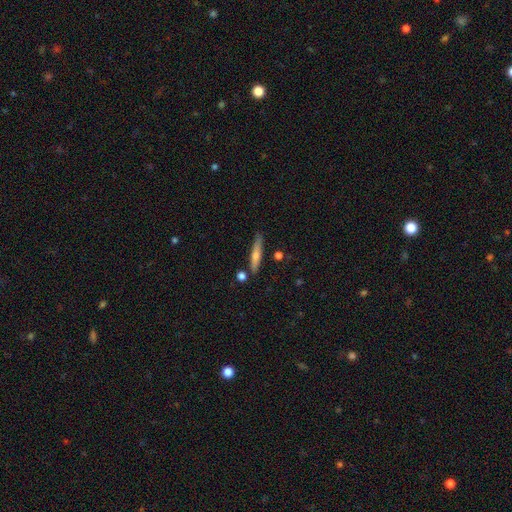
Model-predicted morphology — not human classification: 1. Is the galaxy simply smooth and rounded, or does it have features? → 47% smooth, 45% featured or disk, 7% star or artifact.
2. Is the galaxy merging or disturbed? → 83% none, 11% minor disturbance, 4% merger, 2% major disturbance.